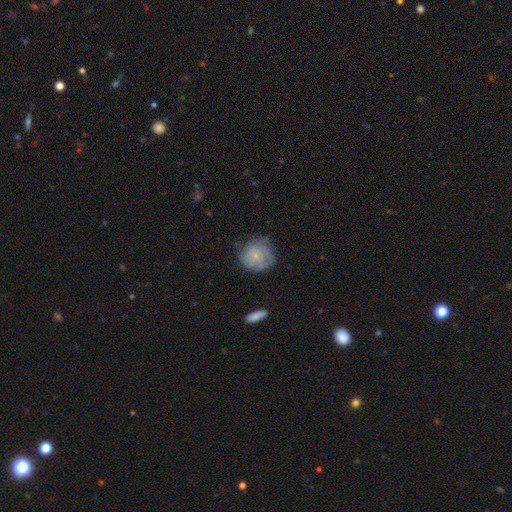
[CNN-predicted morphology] This is likely a smooth galaxy (66%). How rounded: clearly round (86%). Merging: possibly none (60%).